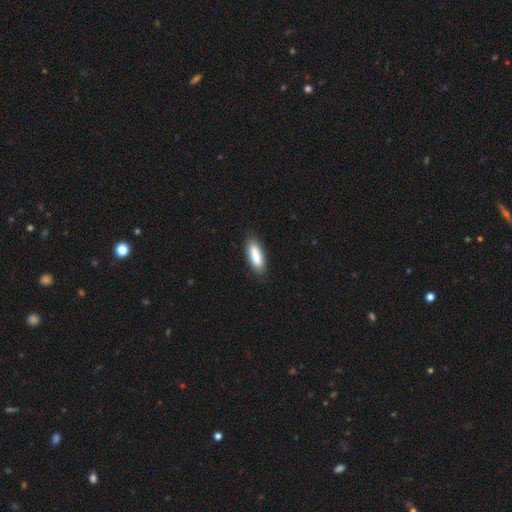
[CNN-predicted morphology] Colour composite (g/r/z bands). It shows a smooth galaxy with no disk features (86%) that is in between round and cigar-shaped (60%). Merging: none (85%).